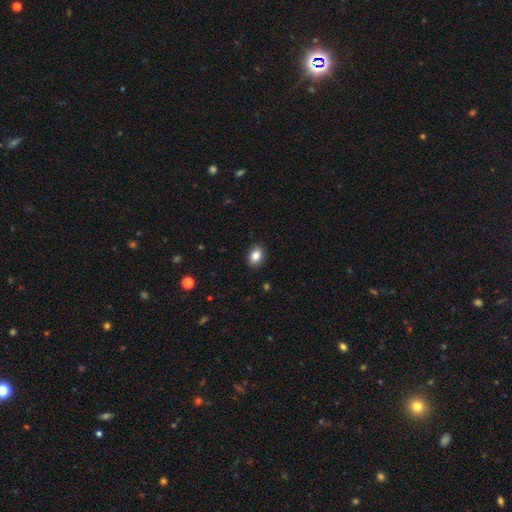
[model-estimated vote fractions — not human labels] smooth_or_featured: smooth (p=0.84) [alt: star or artifact p=0.09]
how_rounded: in between (p=0.73) [alt: round p=0.26]
merging: none (p=0.89) [alt: minor disturbance p=0.08]